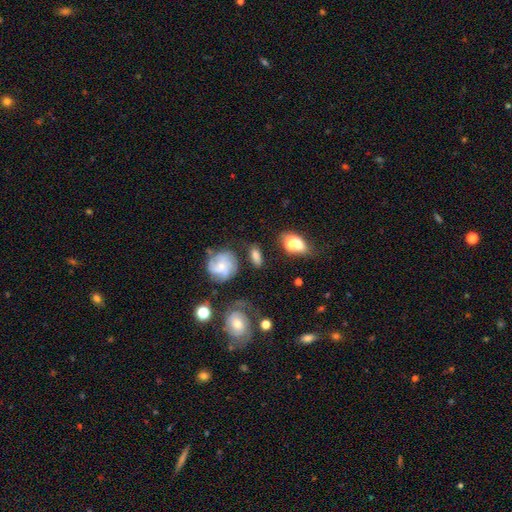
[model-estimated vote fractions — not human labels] The model was most divided on "smooth or featured": smooth: 59%, featured or disk: 27%, star or artifact: 14%. More confident: how rounded — in between (72%); merging — none (62%).